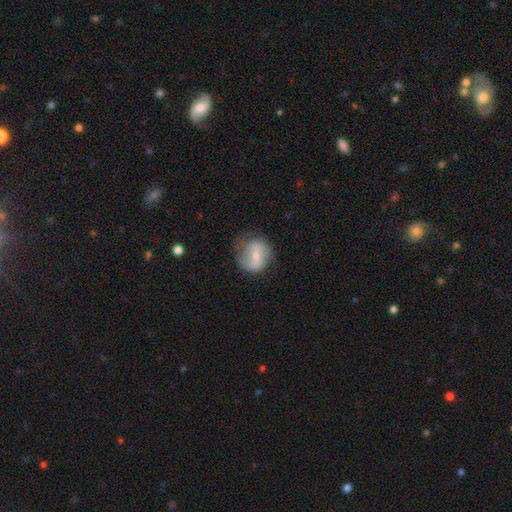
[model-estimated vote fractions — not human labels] smooth_or_featured: featured or disk (p=0.53) [alt: smooth p=0.40]
disk_edge_on: no (p=0.96) [alt: yes p=0.04]
bar: weak (p=0.44) [alt: strong p=0.31]
has_spiral_arms: yes (p=0.67) [alt: no p=0.33]
bulge_size: small (p=0.58) [alt: moderate p=0.32]
merging: none (p=0.57) [alt: minor disturbance p=0.27]